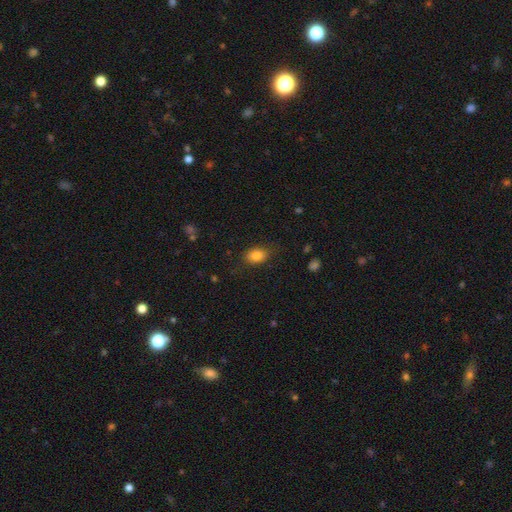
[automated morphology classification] smooth 84%, star or artifact 9%, featured or disk 7%. Down the decision tree: how rounded — in between (77%); merging — none (80%).